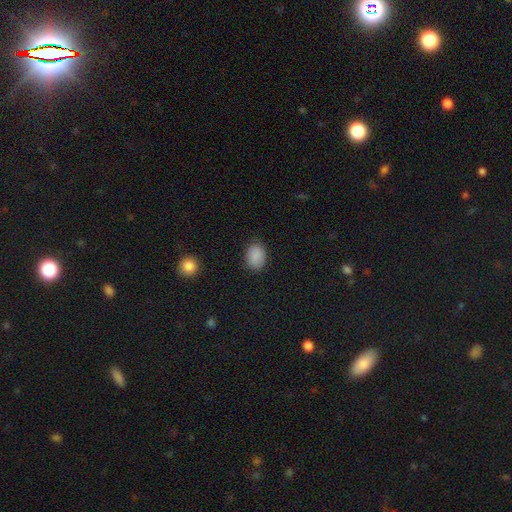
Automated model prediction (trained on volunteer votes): This appears to be a smooth galaxy with no disk features (88%) that is in between round and cigar-shaped (74%). Merging: none (84%).